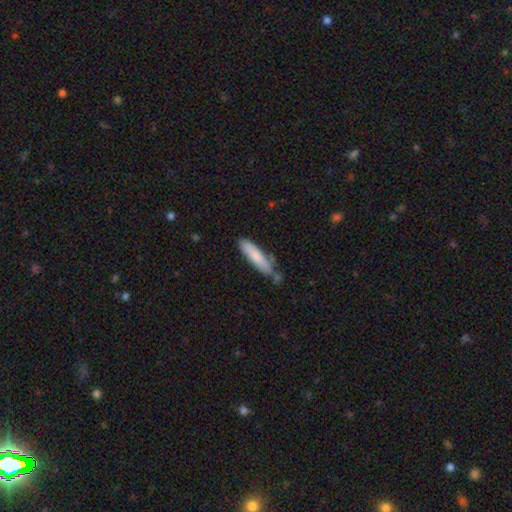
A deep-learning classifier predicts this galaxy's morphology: Smooth or featured?
  - smooth: 79% *
  - featured or disk: 15%
  - star or artifact: 6%
How rounded?
  - cigar-shaped: 76% *
  - in between: 22%
  - round: 1%
Merging?
  - none: 67% *
  - minor disturbance: 20%
  - merger: 9%
  - major disturbance: 4%